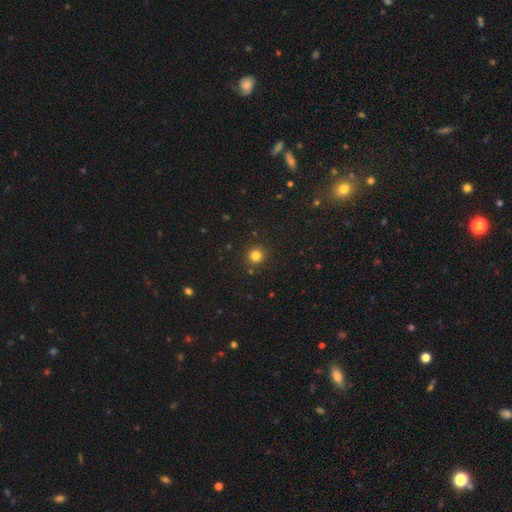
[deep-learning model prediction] Smooth or featured? Predicted: smooth (p=0.81). How rounded? Predicted: round (p=0.92). Merging? Predicted: none (p=0.90).